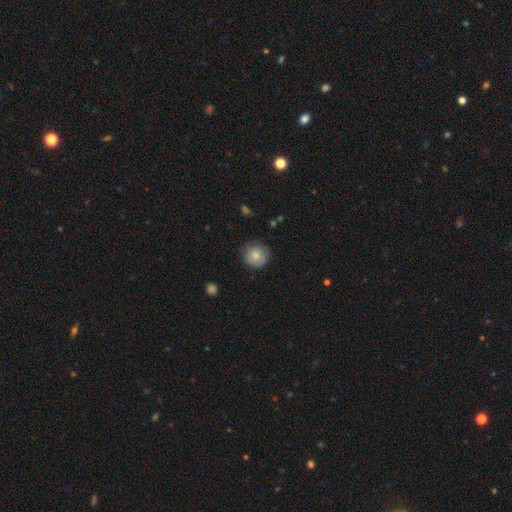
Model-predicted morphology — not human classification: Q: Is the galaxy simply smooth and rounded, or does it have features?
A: smooth — 79%.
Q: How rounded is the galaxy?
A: round — 94%.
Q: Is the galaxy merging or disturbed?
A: none — 82%.